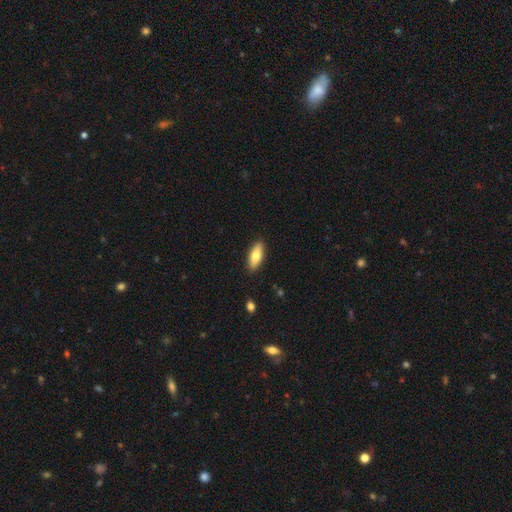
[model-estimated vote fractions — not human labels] smooth-or-featured: smooth: 74% | featured or disk: 20% | star or artifact: 6%
  how-rounded: in between: 70% | cigar-shaped: 28% | round: 2%
  merging: none: 88% | minor disturbance: 9% | major disturbance: 2% | merger: 1%